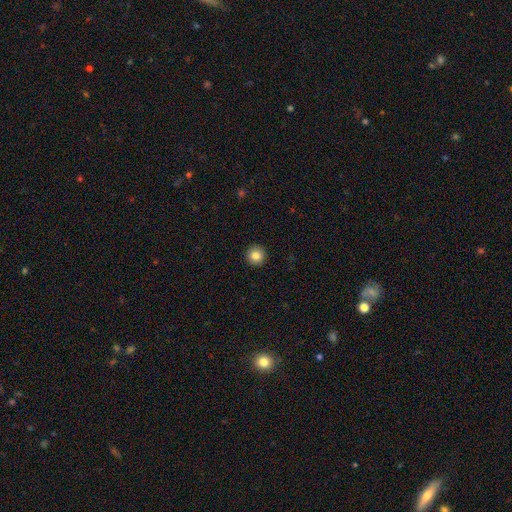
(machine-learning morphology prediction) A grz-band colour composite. It shows a smooth galaxy with no disk features (83%) that is round (96%). Merging: none (93%).